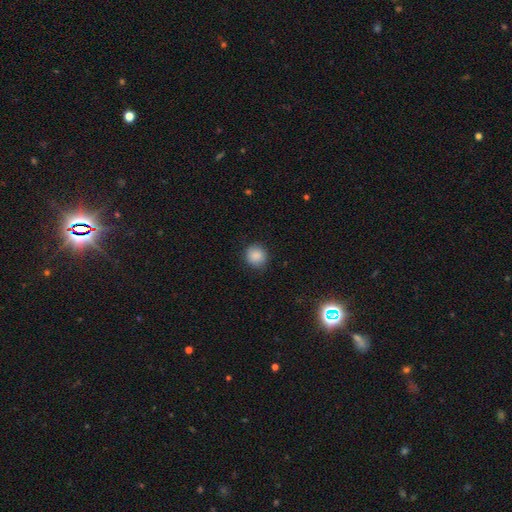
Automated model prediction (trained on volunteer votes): Morphology: type=smooth (88%); roundness=round (89%); merging=none (86%).